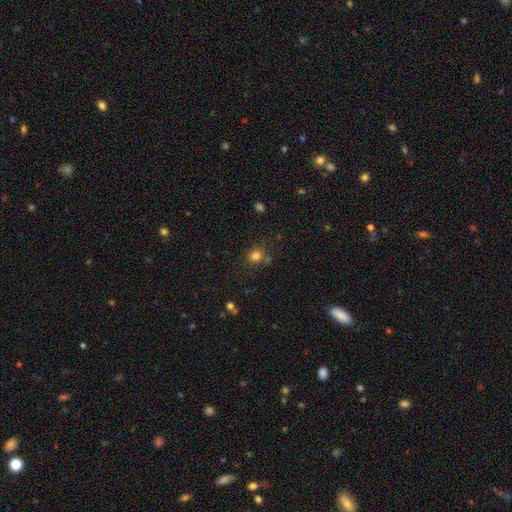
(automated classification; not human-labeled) Smooth or featured? Predicted: smooth (p=0.80). How rounded? Predicted: round (p=0.66). Merging? Predicted: none (p=0.73).